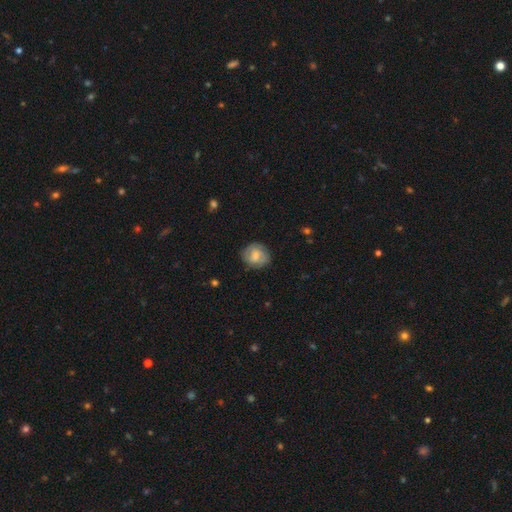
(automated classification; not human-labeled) This appears to be a smooth galaxy with no disk features (62%) that is round (75%). Merging: none (77%).